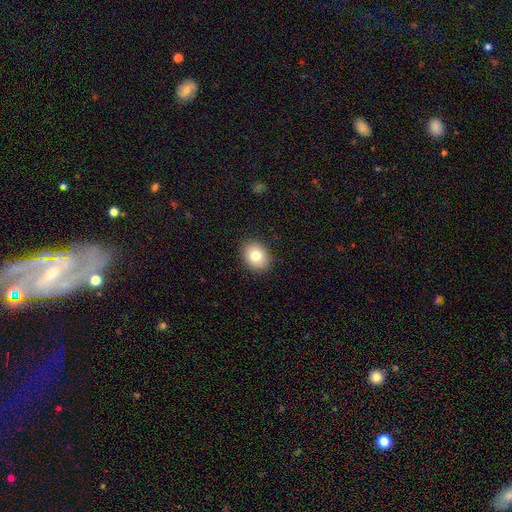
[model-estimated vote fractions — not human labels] Overall: smooth (79%). How rounded: round (55%; in between 44%). Merging: none (89%).